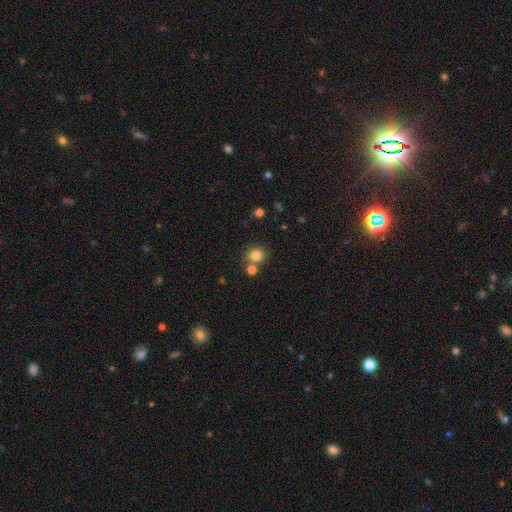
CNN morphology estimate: This appears to be a smooth galaxy with no disk features (82%) that is round (87%). Merging: none (69%).